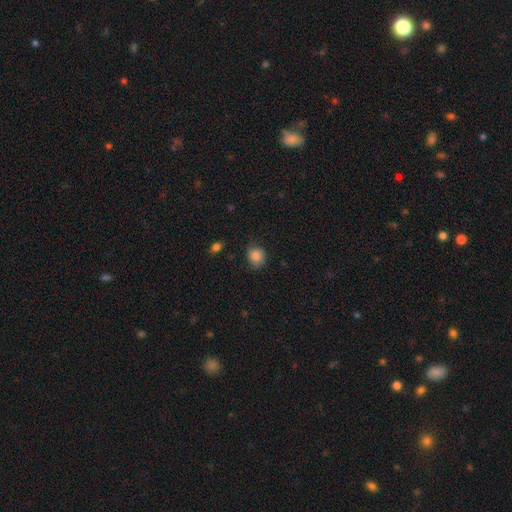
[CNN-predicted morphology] Smooth or featured? Predicted: smooth (p=0.86). How rounded? Predicted: round (p=0.73). Merging? Predicted: none (p=0.76).